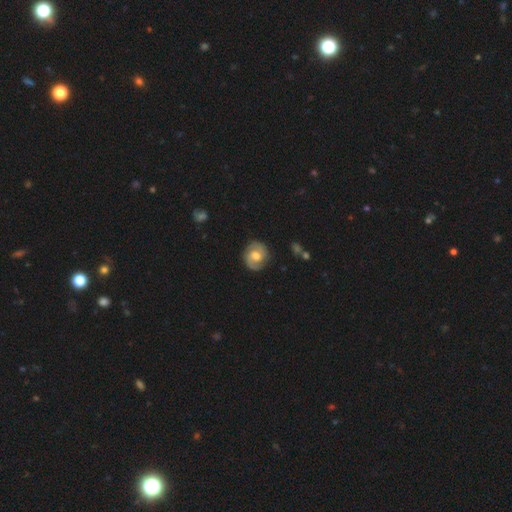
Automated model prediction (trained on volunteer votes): This appears to be a featured or disk galaxy (71%) with no bar (46%), 2 (88%) medium (45%) spiral arms (91%) and a moderate central bulge (72%). Merging: none (84%).